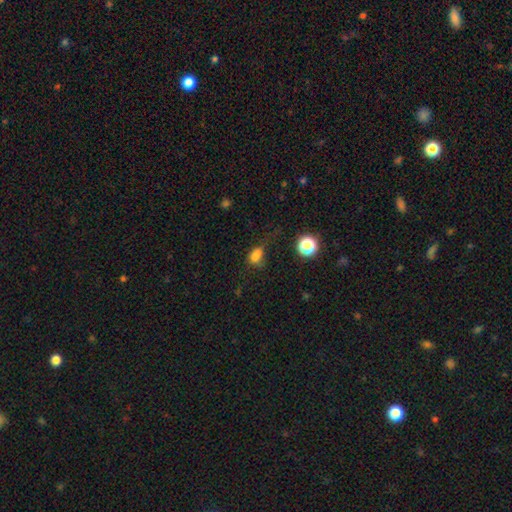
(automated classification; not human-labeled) Smooth or featured? smooth (73%)
How rounded? in between (60%)
Merging? none (34%)